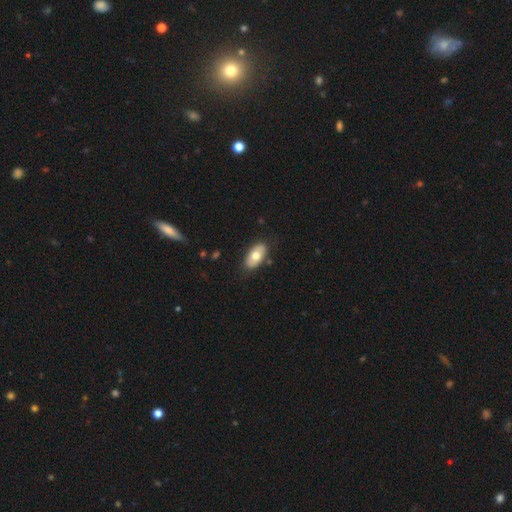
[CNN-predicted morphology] Smooth or featured: smooth — 68% (featured or disk — 26%)
How rounded: in between — 93% (round — 3%)
Merging: none — 84% (minor disturbance — 12%)